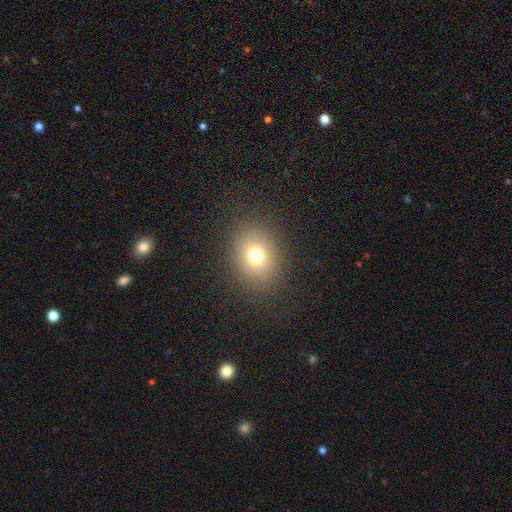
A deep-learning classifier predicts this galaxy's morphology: Overall: smooth (73%). How rounded: round (58%; in between 41%). Merging: none (87%).